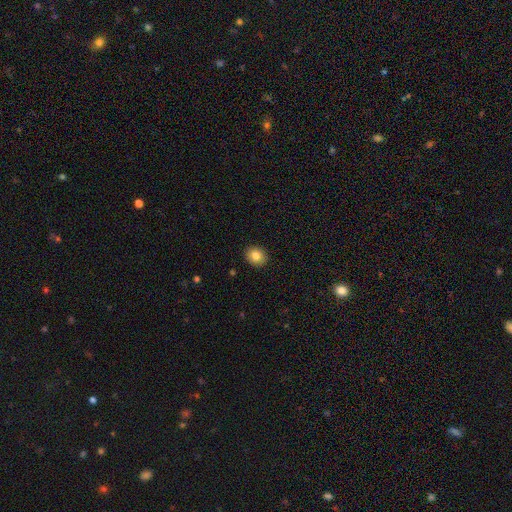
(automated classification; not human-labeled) Q: Smooth or featured?
A: smooth (84%); runner-up: star or artifact (9%)
Q: How rounded?
A: round (67%); runner-up: in between (32%)
Q: Merging?
A: none (91%); runner-up: minor disturbance (6%)